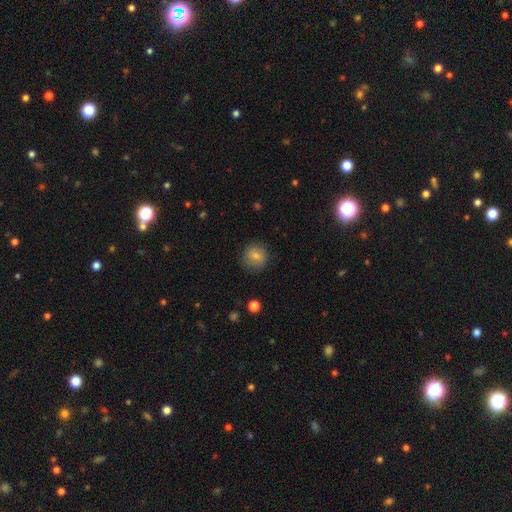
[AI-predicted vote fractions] This is clearly a smooth galaxy (81%). How rounded: clearly round (90%). Merging: clearly none (85%).